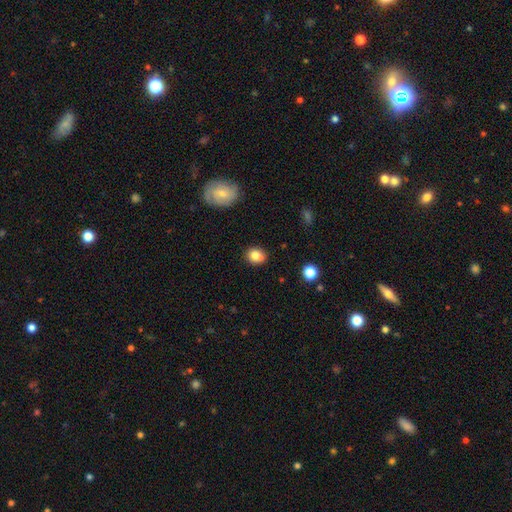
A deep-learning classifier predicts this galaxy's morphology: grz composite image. It shows a smooth galaxy with no disk features (80%) that is round (65%). Merging: none (57%).